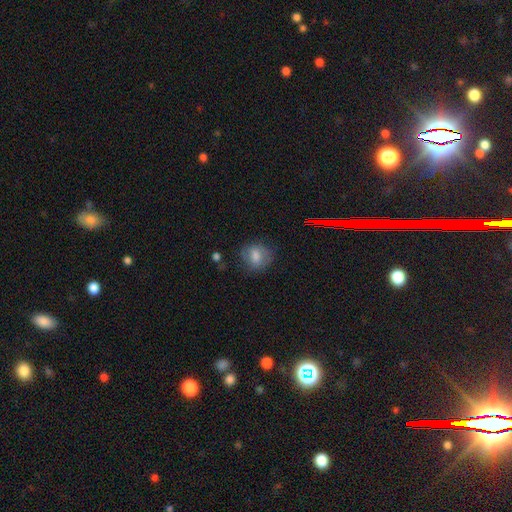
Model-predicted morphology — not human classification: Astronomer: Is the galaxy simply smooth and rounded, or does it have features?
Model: smooth — 73%.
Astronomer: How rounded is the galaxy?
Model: round — 62% (runner-up: in between, 37%).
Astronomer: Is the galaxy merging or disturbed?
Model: none — 71%.